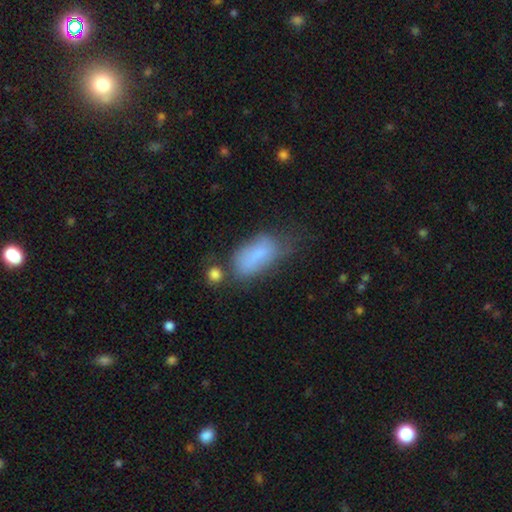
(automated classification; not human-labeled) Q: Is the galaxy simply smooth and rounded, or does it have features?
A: smooth — 74%.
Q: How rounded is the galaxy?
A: in between — 87%.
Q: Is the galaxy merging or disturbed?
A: none — 36%.